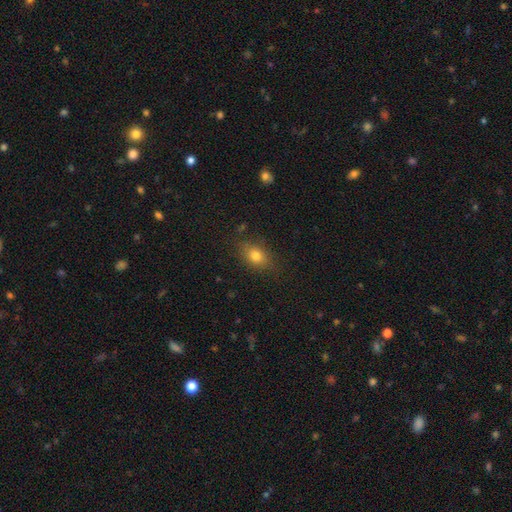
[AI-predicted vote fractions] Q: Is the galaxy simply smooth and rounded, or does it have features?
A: smooth — 77%.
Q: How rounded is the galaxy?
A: in between — 75%.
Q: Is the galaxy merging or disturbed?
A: none — 81%.